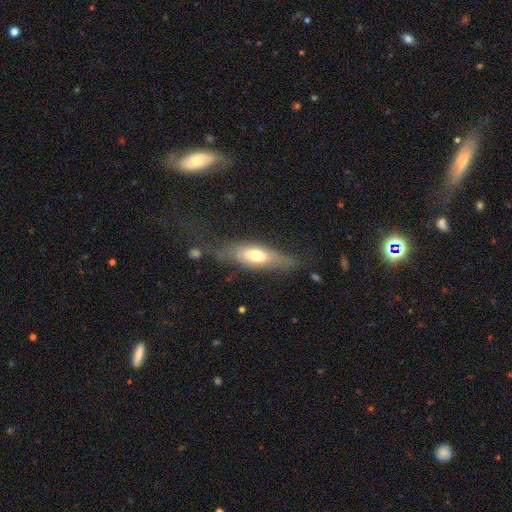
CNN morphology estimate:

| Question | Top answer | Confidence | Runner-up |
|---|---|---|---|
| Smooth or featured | smooth | 49% | featured or disk (43%) |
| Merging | none | 53% | minor disturbance (27%) |